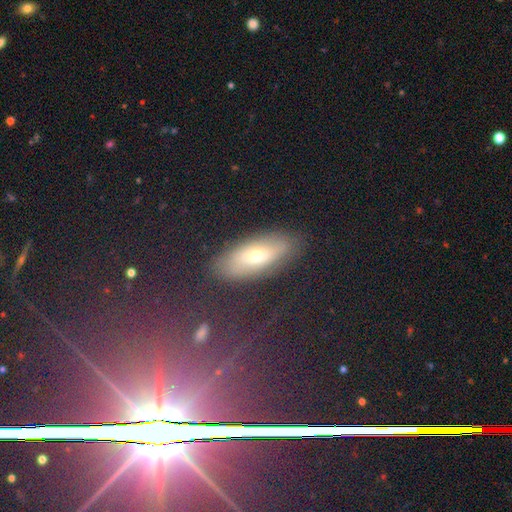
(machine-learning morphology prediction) Smooth or featured: smooth — 44% (featured or disk — 32%)
Merging: none — 86% (minor disturbance — 9%)